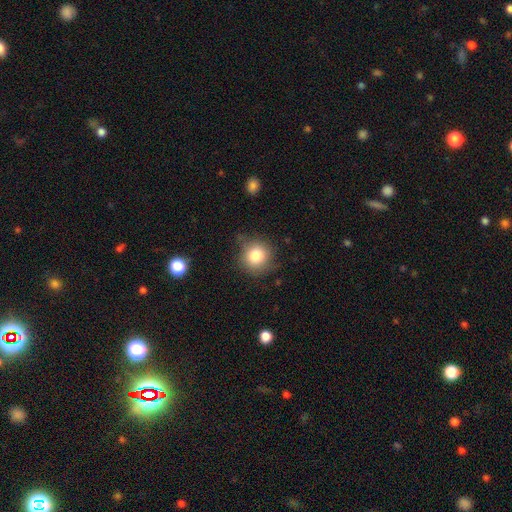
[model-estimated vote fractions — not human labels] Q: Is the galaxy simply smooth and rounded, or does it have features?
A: smooth — 81%.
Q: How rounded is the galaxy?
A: round — 91%.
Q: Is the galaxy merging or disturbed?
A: none — 76%.